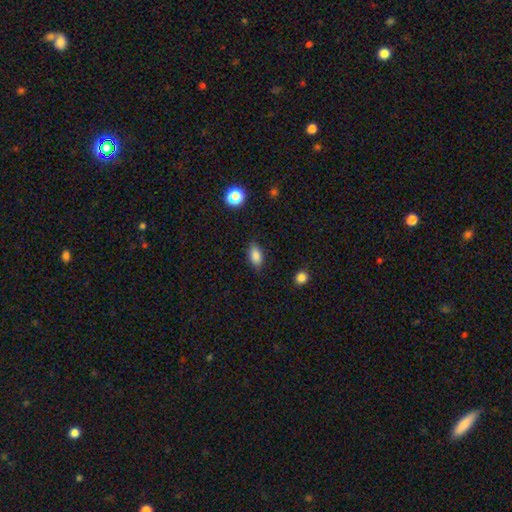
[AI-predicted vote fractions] Smooth or featured? smooth (86%)
How rounded? in between (89%)
Merging? none (82%)